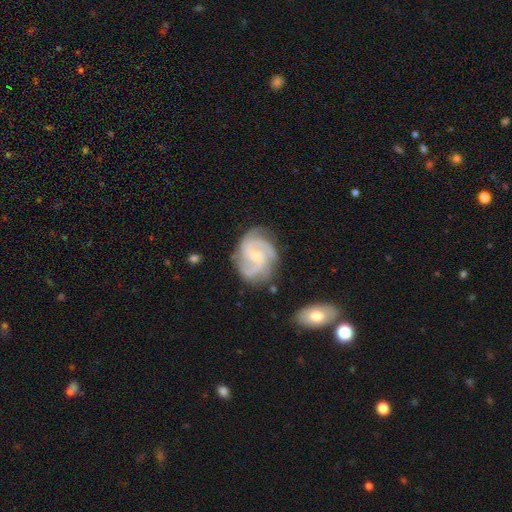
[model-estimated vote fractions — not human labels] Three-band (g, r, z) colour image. It shows a featured or disk galaxy (90%) with no bar (60%), 3 (59%) medium (48%) spiral arms (98%) and a small central bulge (67%). Merging: none (74%).